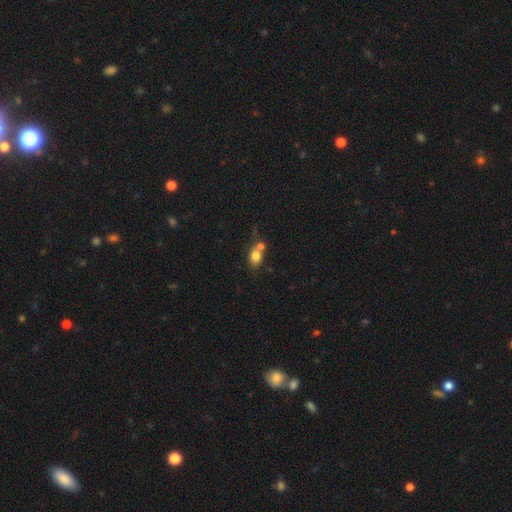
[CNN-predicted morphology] Smooth or featured? Predicted: smooth (p=0.77). How rounded? Predicted: in between (p=0.60). Merging? Predicted: merger (p=0.46).